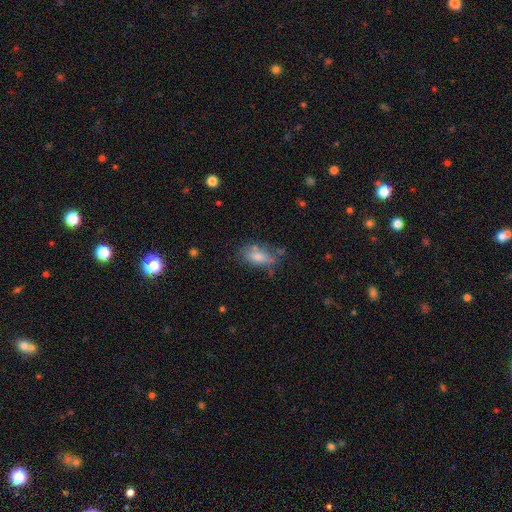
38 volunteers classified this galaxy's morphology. A smooth galaxy with no disk features (76%) that is in between round and cigar-shaped (86%).

Vote fractions:
- Smooth or featured? smooth: 76% / featured or disk: 21% / star or artifact: 3%
- How rounded? in between: 86% / cigar-shaped: 14% / round: 0%
- Merging? none: 73% / minor disturbance: 22% / major disturbance: 3% / merger: 3%